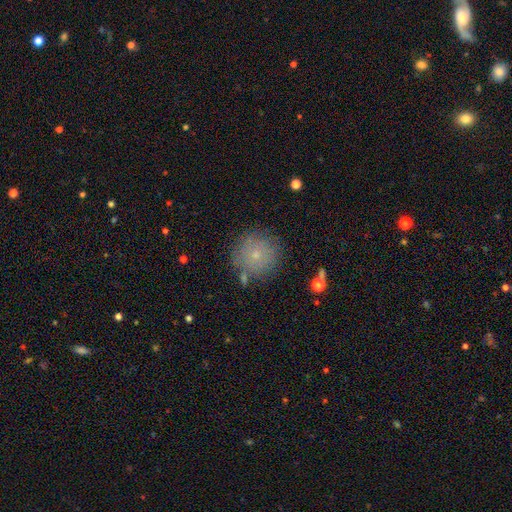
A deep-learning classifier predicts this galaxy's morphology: A smooth galaxy with no disk features (68%) that is round (94%). Merging: none (81%).